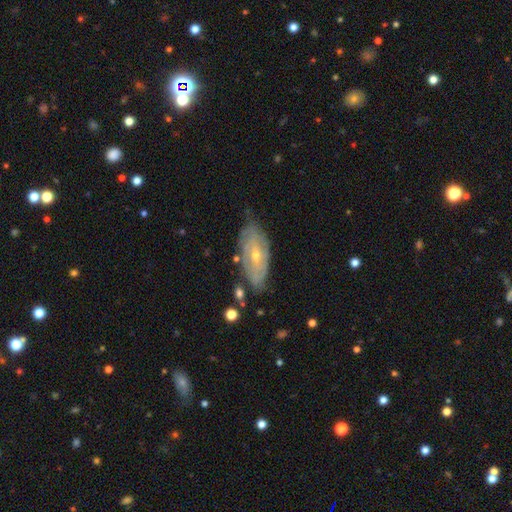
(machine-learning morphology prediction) type=featured or disk (73%); edge-on=no (88%); bar=no (58%); spiral arms=yes (78%); winding=tight (68%); arm count=can't tell (54%); bulge=small (62%); merging=none (71%).